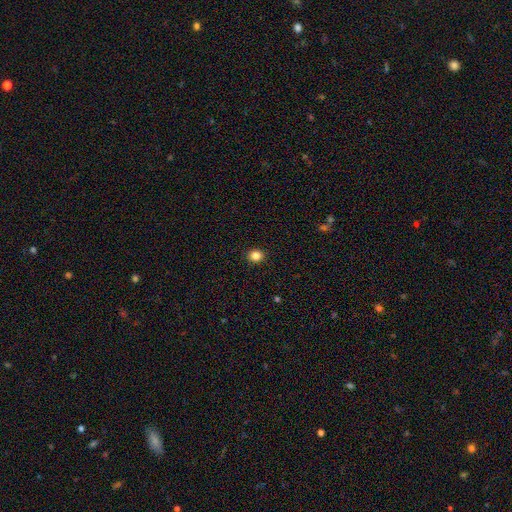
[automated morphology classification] smooth_or_featured: smooth (p=0.84) [alt: star or artifact p=0.12]
how_rounded: round (p=0.79) [alt: in between p=0.20]
merging: none (p=0.92) [alt: minor disturbance p=0.06]